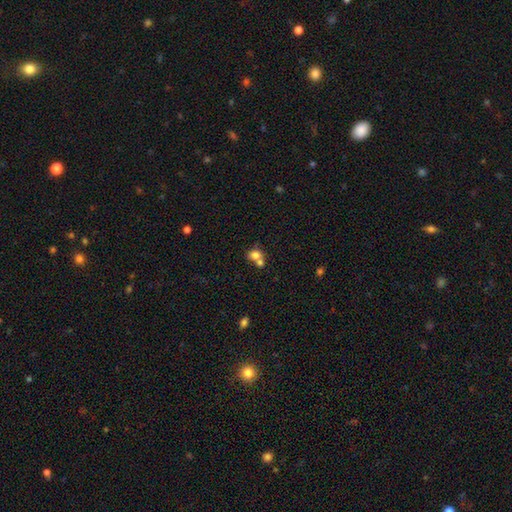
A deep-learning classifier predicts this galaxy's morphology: Smooth or featured? Predicted: smooth (p=0.75). How rounded? Predicted: round (p=0.61). Merging? Predicted: merger (p=0.56).